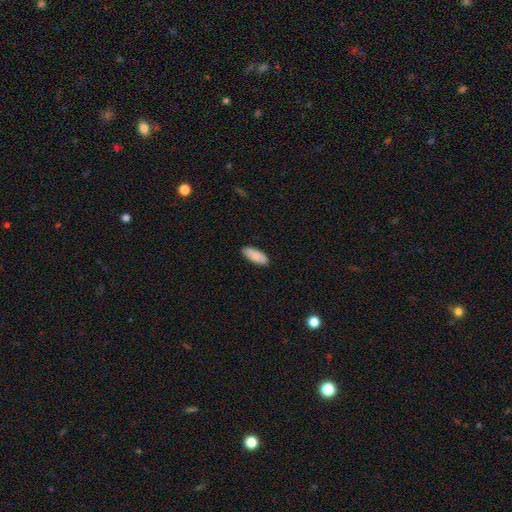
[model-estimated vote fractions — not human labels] smooth 88%, featured or disk 6%, star or artifact 6%. Down the decision tree: how rounded — in between (75%); merging — none (87%).